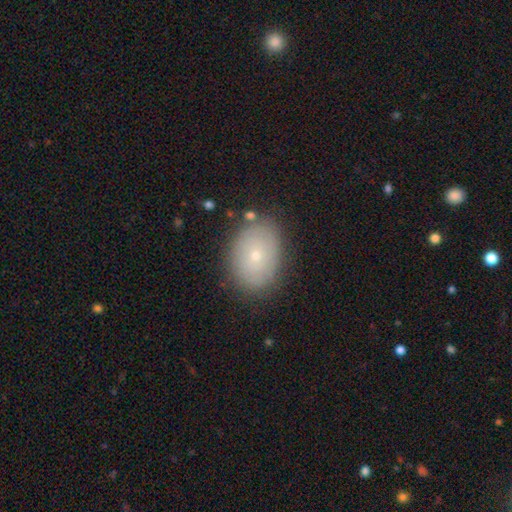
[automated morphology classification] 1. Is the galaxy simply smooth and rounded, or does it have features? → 61% smooth, 30% featured or disk, 9% star or artifact.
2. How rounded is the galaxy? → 71% in between, 28% round, 1% cigar-shaped.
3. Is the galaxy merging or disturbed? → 81% none, 13% minor disturbance, 4% major disturbance, 2% merger.